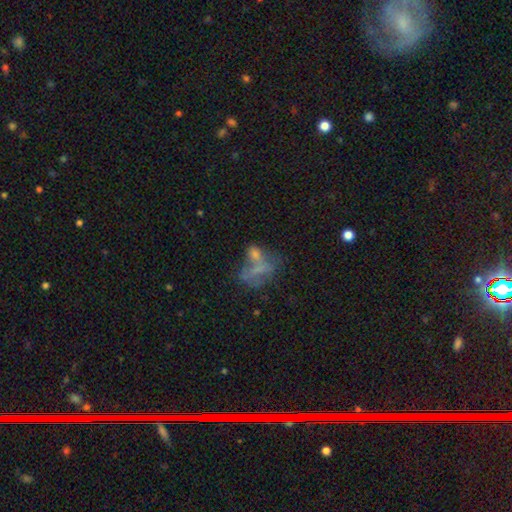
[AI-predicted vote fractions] smooth-or-featured: smooth: 42% | featured or disk: 37% | star or artifact: 21%
  merging: merger: 36% | none: 28% | major disturbance: 21% | minor disturbance: 15%